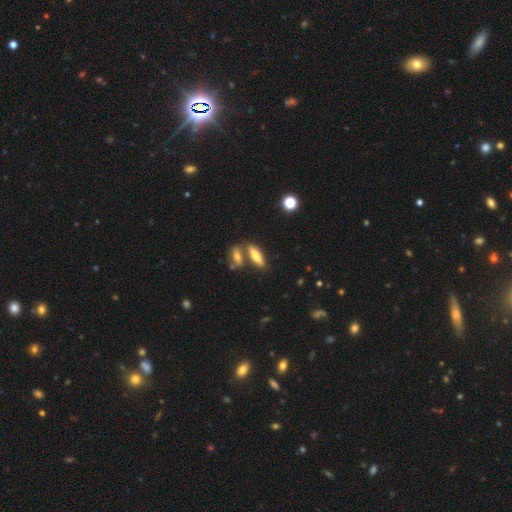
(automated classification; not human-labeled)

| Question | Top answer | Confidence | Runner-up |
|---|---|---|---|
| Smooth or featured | smooth | 68% | featured or disk (24%) |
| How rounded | in between | 53% | cigar-shaped (44%) |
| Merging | none | 61% | merger (26%) |